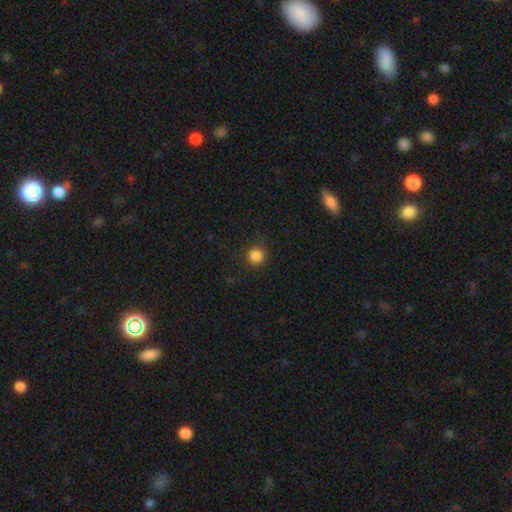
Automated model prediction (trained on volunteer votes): smooth_or_featured: smooth (p=0.85) [alt: star or artifact p=0.11]
how_rounded: round (p=0.92) [alt: in between p=0.07]
merging: none (p=0.87) [alt: minor disturbance p=0.09]